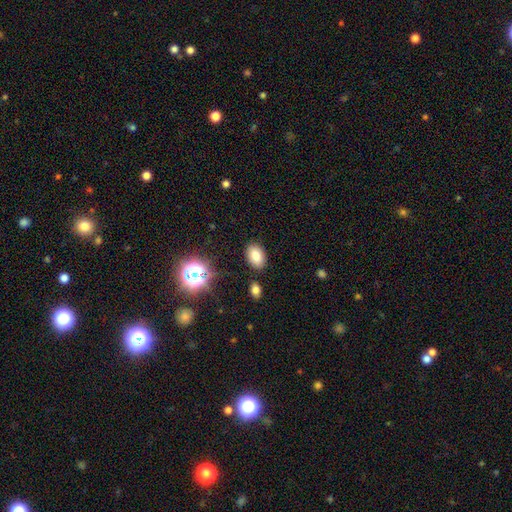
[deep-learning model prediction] Q: Smooth or featured?
A: smooth (79%); runner-up: star or artifact (13%)
Q: How rounded?
A: in between (85%); runner-up: round (14%)
Q: Merging?
A: none (85%); runner-up: minor disturbance (9%)